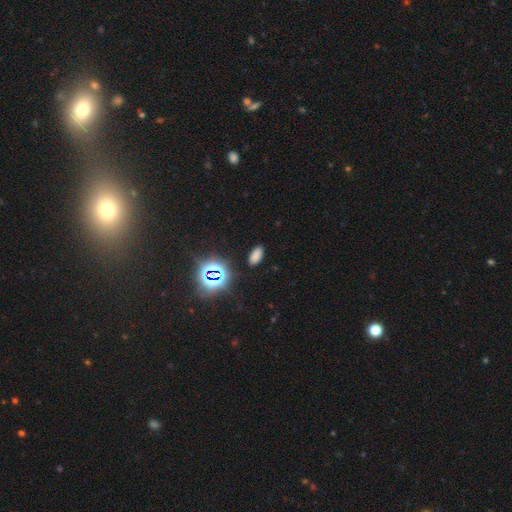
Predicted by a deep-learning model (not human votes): Q: Smooth or featured?
A: smooth (69%); runner-up: star or artifact (25%)
Q: How rounded?
A: in between (88%); runner-up: cigar-shaped (7%)
Q: Merging?
A: none (88%); runner-up: minor disturbance (8%)